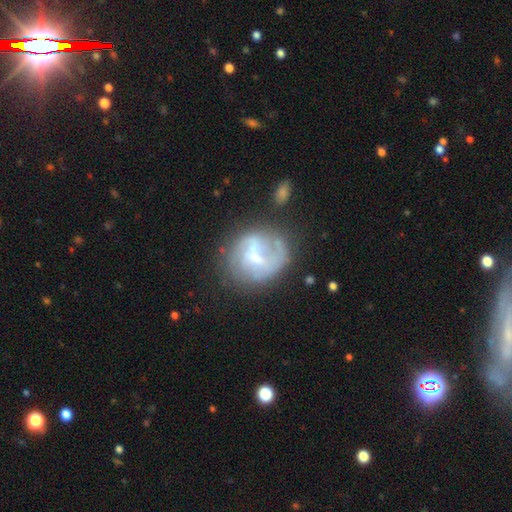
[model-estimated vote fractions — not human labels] Smooth or featured? featured or disk (67%)
Edge-on disk? no (98%)
Bar? weak (49%)
Spiral arms? yes (67%)
Bulge size? small (49%)
Merging? none (52%)